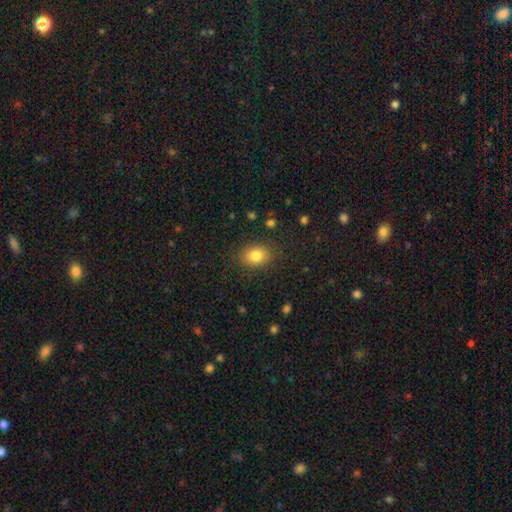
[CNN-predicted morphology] A smooth galaxy with no disk features (82%) that is in between round and cigar-shaped (61%). Merging: none (86%).